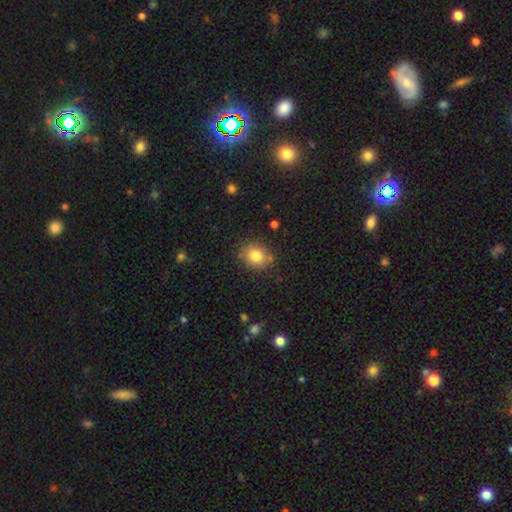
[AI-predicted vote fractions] smooth-or-featured: smooth: 82% | star or artifact: 10% | featured or disk: 8%
  how-rounded: round: 70% | in between: 29% | cigar-shaped: 1%
  merging: none: 81% | minor disturbance: 12% | merger: 4% | major disturbance: 3%